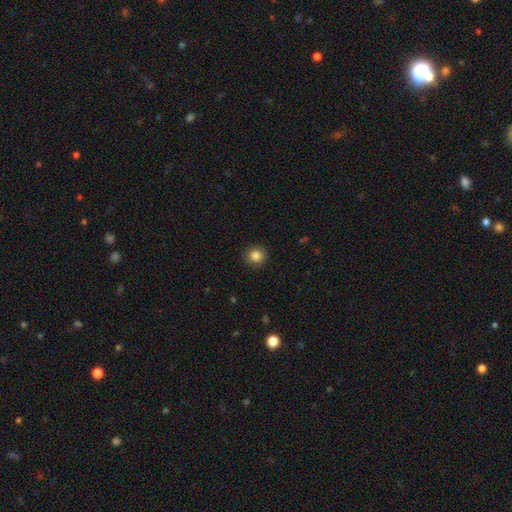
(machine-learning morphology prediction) type=smooth (85%); roundness=round (93%); merging=none (91%).